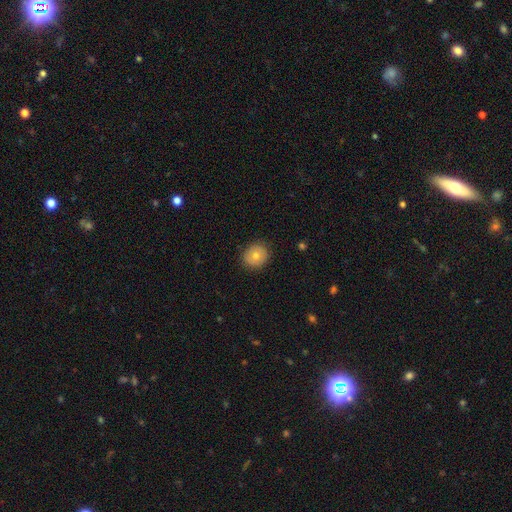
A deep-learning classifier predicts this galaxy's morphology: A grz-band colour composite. It shows a smooth galaxy with no disk features (70%) that is round (83%). Merging: none (88%).